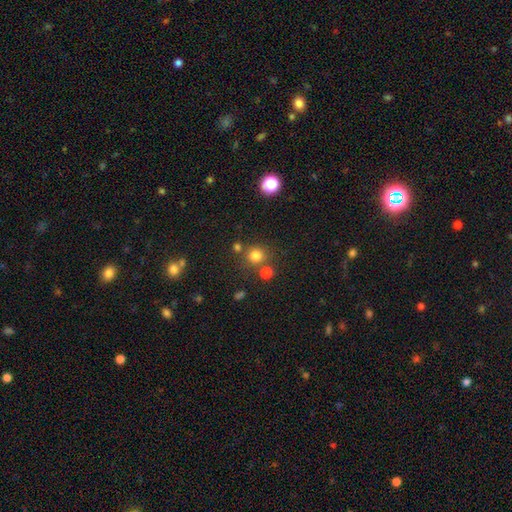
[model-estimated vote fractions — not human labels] smooth_or_featured: smooth (p=0.78) [alt: star or artifact p=0.16]
how_rounded: round (p=0.90) [alt: in between p=0.09]
merging: none (p=0.71) [alt: merger p=0.16]